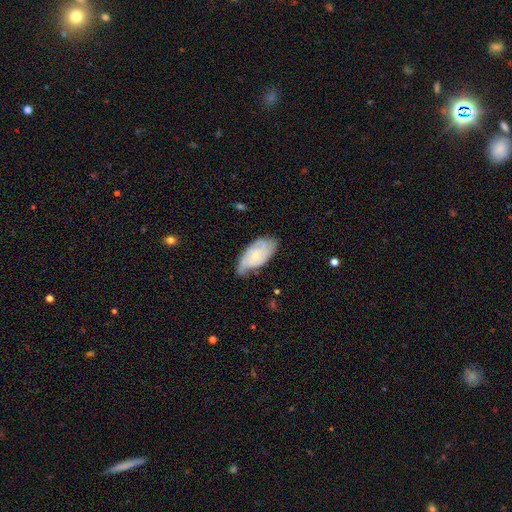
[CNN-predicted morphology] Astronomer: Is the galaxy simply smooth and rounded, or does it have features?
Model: featured or disk — 59%.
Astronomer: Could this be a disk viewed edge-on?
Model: no — 94%.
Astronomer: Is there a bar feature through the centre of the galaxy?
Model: no — 77%.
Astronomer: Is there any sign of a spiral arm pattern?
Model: yes — 85%.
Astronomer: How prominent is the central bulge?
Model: small — 69%.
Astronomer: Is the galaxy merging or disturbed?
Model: none — 52% (runner-up: minor disturbance, 35%).